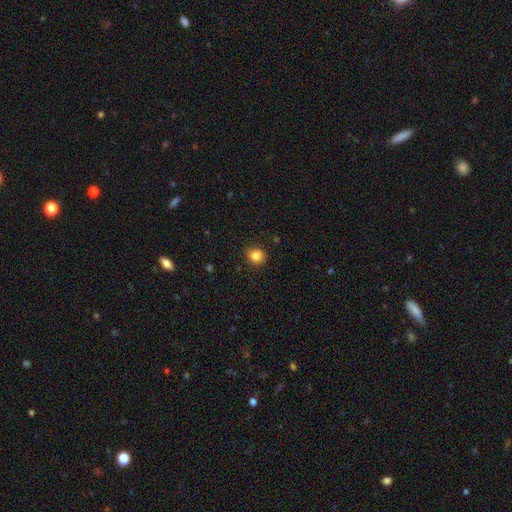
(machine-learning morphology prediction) Smooth or featured? smooth (85%)
How rounded? round (75%)
Merging? none (81%)